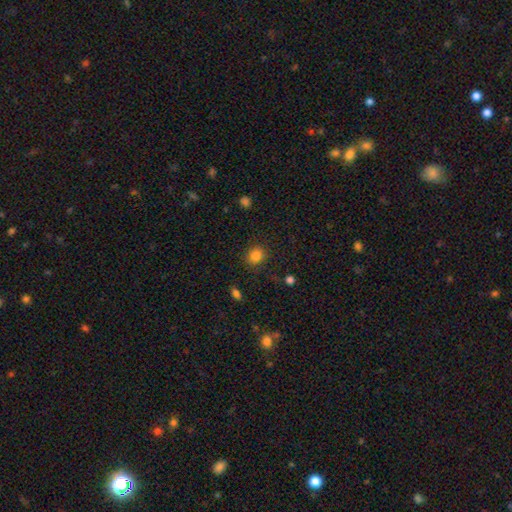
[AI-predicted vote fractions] A smooth galaxy with no disk features (84%) that is round (76%).

Vote fractions:
- Smooth or featured? smooth: 84% / star or artifact: 11% / featured or disk: 5%
- How rounded? round: 76% / in between: 23% / cigar-shaped: 1%
- Merging? none: 87% / minor disturbance: 8% / major disturbance: 3% / merger: 1%